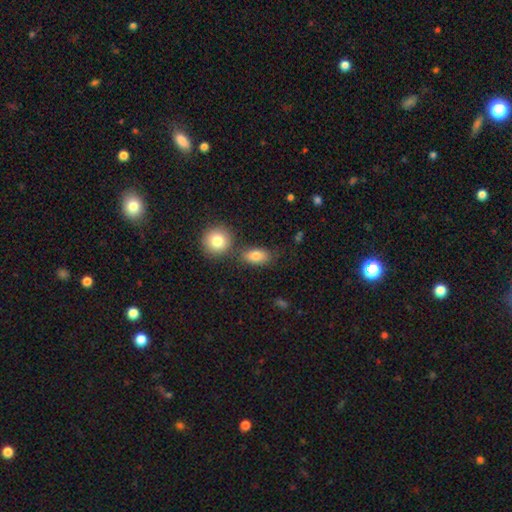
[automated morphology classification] smooth_or_featured: smooth (p=0.80) [alt: featured or disk p=0.11]
how_rounded: in between (p=0.83) [alt: round p=0.12]
merging: none (p=0.67) [alt: merger p=0.15]